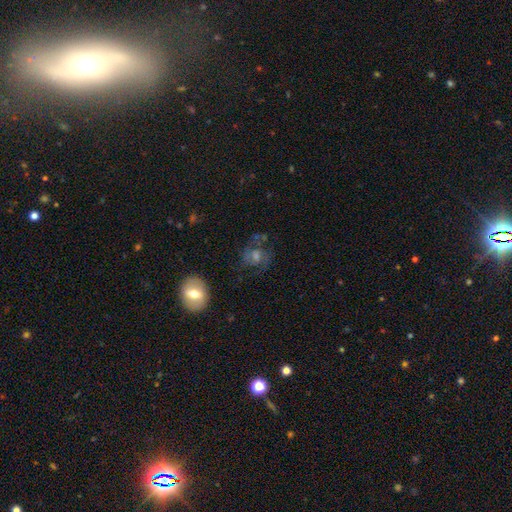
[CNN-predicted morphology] Q: Smooth or featured?
A: featured or disk (55%); runner-up: smooth (28%)
Q: Edge-on disk?
A: no (96%); runner-up: yes (4%)
Q: Bar?
A: no (58%); runner-up: weak (34%)
Q: Spiral arms?
A: yes (75%); runner-up: no (25%)
Q: Bulge size?
A: moderate (51%); runner-up: small (23%)
Q: Merging?
A: none (68%); runner-up: minor disturbance (16%)